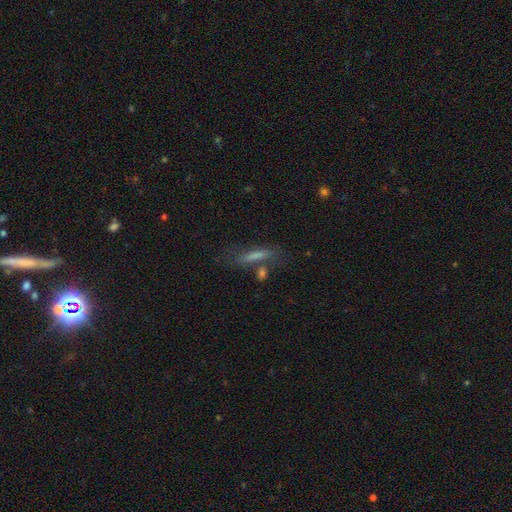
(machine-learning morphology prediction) Smooth or featured: smooth — 53% (featured or disk — 33%)
How rounded: cigar-shaped — 85% (in between — 12%)
Merging: none — 67% (minor disturbance — 15%)